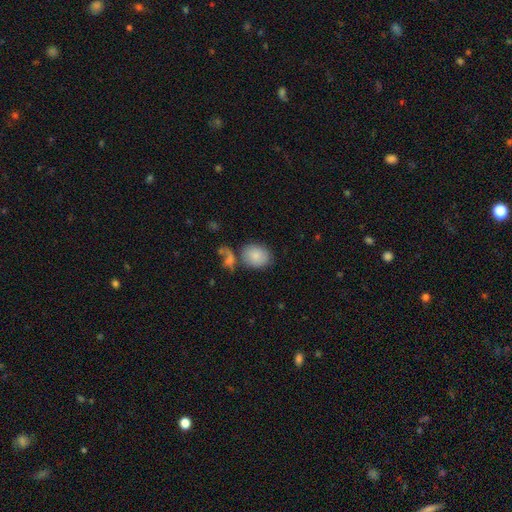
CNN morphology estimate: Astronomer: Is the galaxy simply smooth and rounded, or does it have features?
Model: smooth — 82%.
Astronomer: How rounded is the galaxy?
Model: in between — 52% (runner-up: round, 47%).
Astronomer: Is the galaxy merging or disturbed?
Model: none — 54%.